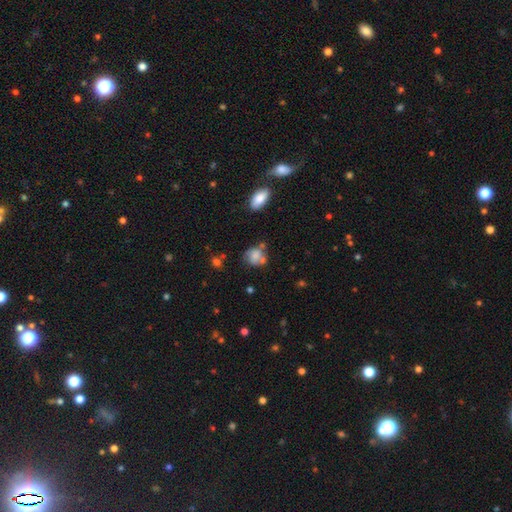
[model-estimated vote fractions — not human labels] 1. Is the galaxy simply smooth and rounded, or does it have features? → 65% smooth, 25% featured or disk, 10% star or artifact.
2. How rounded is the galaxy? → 53% round, 45% in between, 1% cigar-shaped.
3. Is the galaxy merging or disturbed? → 43% none, 27% minor disturbance, 18% merger, 13% major disturbance.